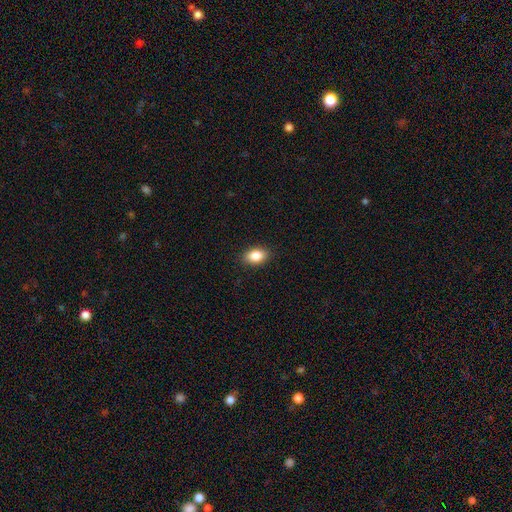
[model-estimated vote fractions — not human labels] This is clearly a smooth galaxy (87%). How rounded: clearly in between (86%). Merging: clearly none (89%).